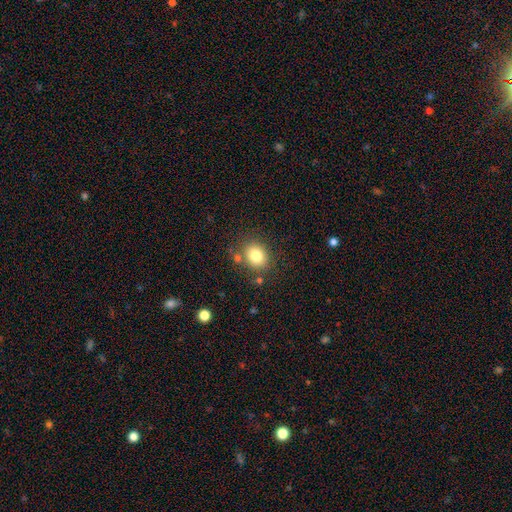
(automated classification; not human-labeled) smooth 81%, star or artifact 11%, featured or disk 9%. Down the decision tree: how rounded — round (59%); merging — none (76%).